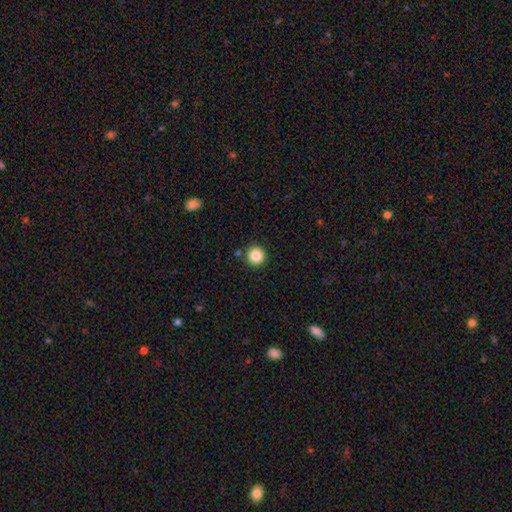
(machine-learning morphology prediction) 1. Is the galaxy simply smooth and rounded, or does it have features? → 86% smooth, 10% star or artifact, 4% featured or disk.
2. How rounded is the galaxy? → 96% round, 3% in between, 1% cigar-shaped.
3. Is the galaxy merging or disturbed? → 89% none, 6% minor disturbance, 3% merger, 2% major disturbance.